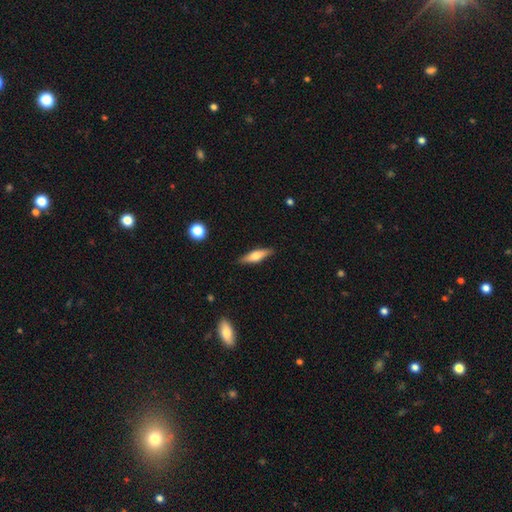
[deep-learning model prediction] A smooth galaxy with no disk features (52%) that is cigar-shaped (64%). Merging: none (86%).